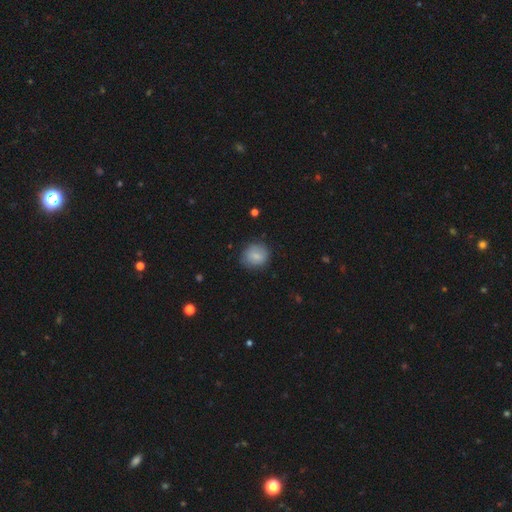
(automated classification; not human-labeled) A smooth galaxy with no disk features (81%) that is round (76%). Merging: none (82%).